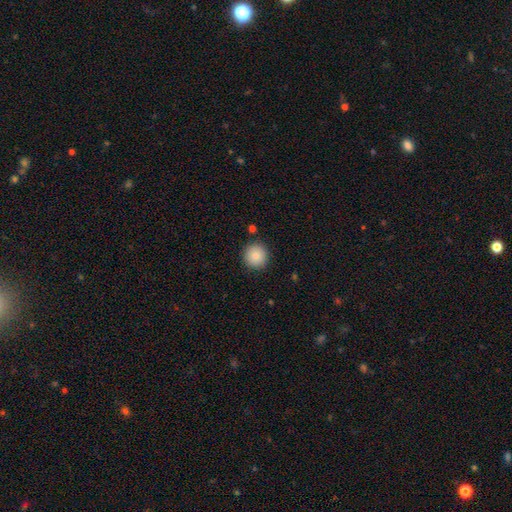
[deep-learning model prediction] smooth-or-featured: smooth: 84% | star or artifact: 9% | featured or disk: 7%
  how-rounded: round: 95% | in between: 4% | cigar-shaped: 1%
  merging: none: 91% | minor disturbance: 6% | major disturbance: 2% | merger: 2%